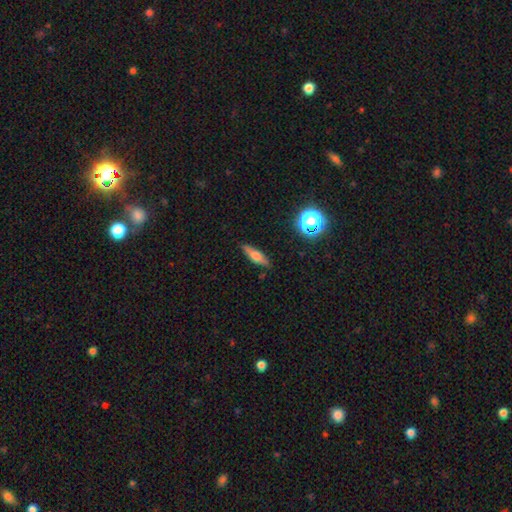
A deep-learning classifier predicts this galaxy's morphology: type=smooth (56%); roundness=cigar-shaped (60%); merging=none (86%).